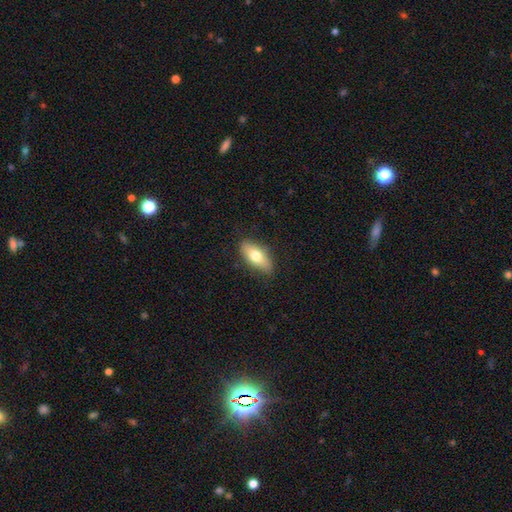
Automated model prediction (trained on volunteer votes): Smooth or featured? Predicted: smooth (p=0.70). How rounded? Predicted: in between (p=0.84). Merging? Predicted: none (p=0.83).